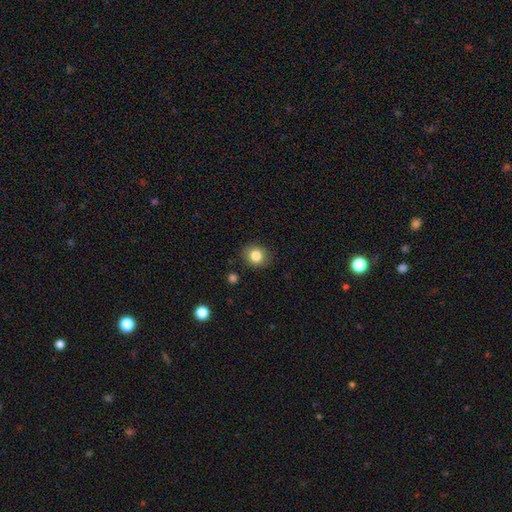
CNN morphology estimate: Q: Smooth or featured?
A: smooth (84%); runner-up: star or artifact (10%)
Q: How rounded?
A: round (74%); runner-up: in between (25%)
Q: Merging?
A: none (86%); runner-up: minor disturbance (10%)